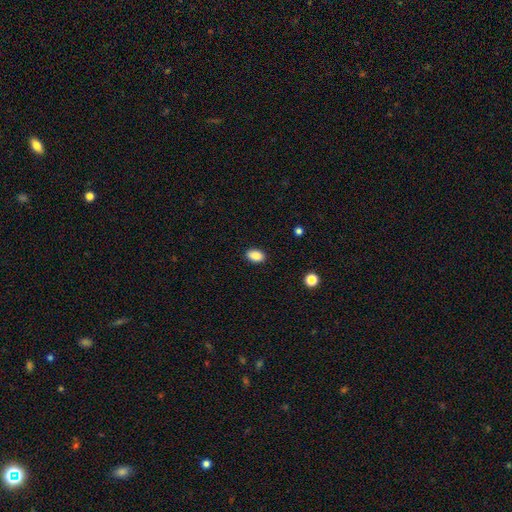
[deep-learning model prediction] A smooth galaxy with no disk features (88%) that is in between round and cigar-shaped (90%).

Vote fractions:
- Smooth or featured? smooth: 88% / star or artifact: 8% / featured or disk: 4%
- How rounded? in between: 90% / round: 9% / cigar-shaped: 2%
- Merging? none: 88% / minor disturbance: 9% / major disturbance: 2% / merger: 1%